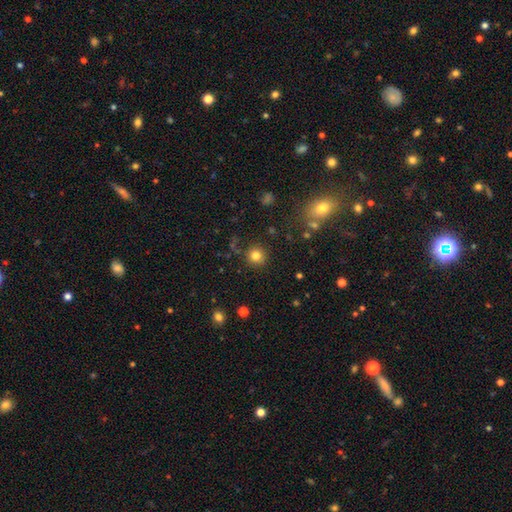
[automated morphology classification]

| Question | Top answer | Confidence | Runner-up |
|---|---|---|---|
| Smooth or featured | smooth | 81% | star or artifact (14%) |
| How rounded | round | 93% | in between (6%) |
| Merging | none | 88% | minor disturbance (7%) |